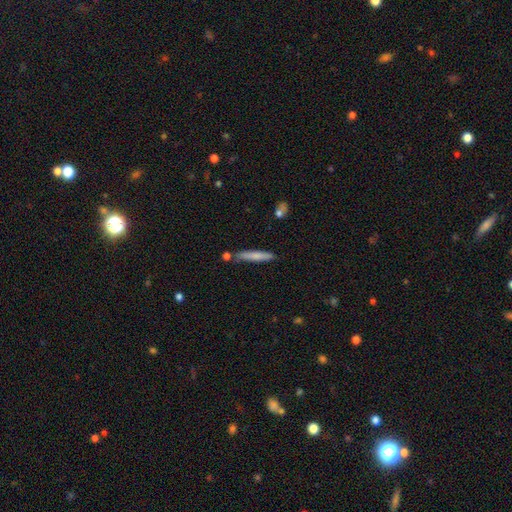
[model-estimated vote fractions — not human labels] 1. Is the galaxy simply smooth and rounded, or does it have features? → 68% smooth, 26% featured or disk, 6% star or artifact.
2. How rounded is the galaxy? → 93% cigar-shaped, 5% in between, 1% round.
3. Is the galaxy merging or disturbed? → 80% none, 12% minor disturbance, 6% merger, 2% major disturbance.